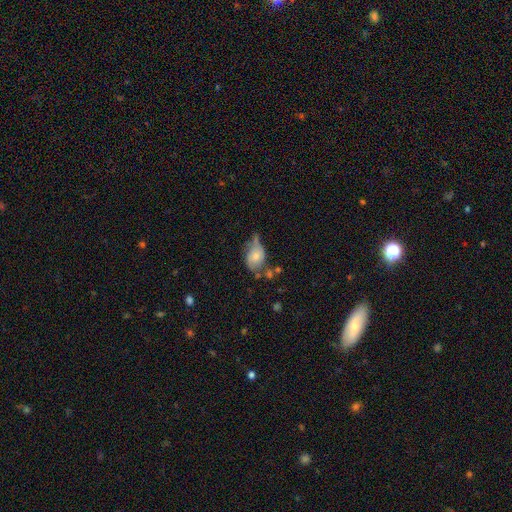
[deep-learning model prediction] A smooth galaxy with no disk features (54%) that is in between round and cigar-shaped (69%). Merging: minor disturbance (34%).